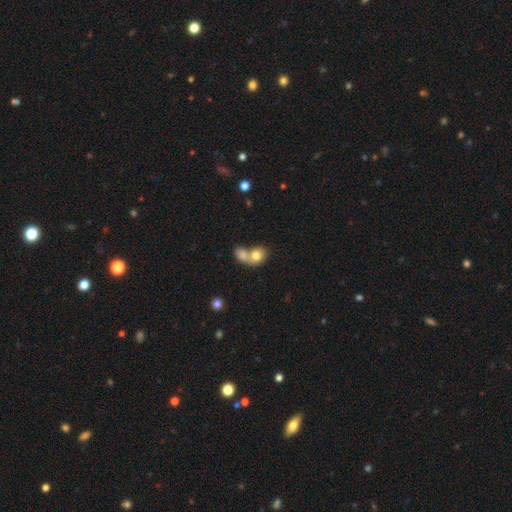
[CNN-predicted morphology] The model was most divided on "how rounded": round: 54%, in between: 45%, cigar-shaped: 1%. More confident: smooth or featured — smooth (76%); merging — merger (70%).